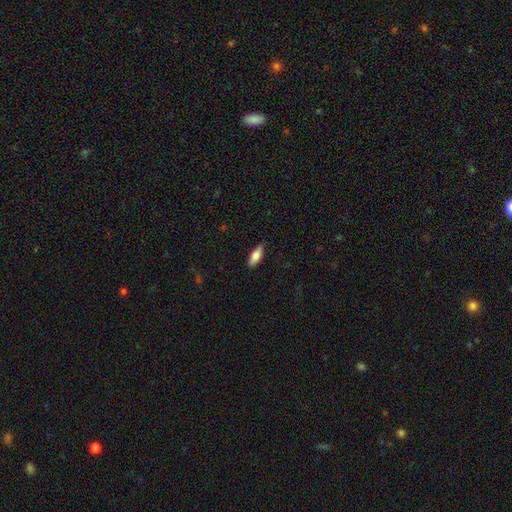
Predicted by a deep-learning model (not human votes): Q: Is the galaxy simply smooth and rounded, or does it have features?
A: smooth — 77%.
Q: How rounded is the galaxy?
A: in between — 68%.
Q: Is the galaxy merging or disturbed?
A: none — 87%.